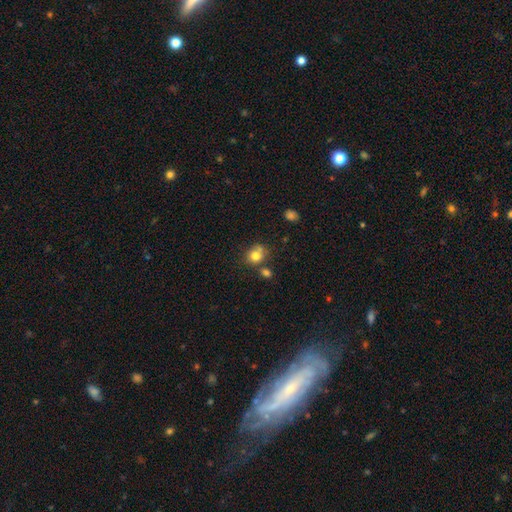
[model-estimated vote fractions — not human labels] Smooth or featured: smooth — 79% (star or artifact — 11%)
How rounded: round — 69% (in between — 30%)
Merging: none — 56% (merger — 20%)